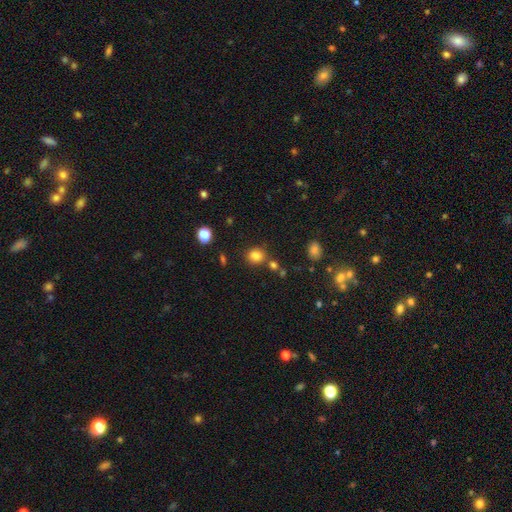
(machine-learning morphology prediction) smooth-or-featured: smooth: 82% | star or artifact: 13% | featured or disk: 5%
  how-rounded: round: 73% | in between: 26% | cigar-shaped: 1%
  merging: none: 74% | minor disturbance: 11% | merger: 10% | major disturbance: 4%